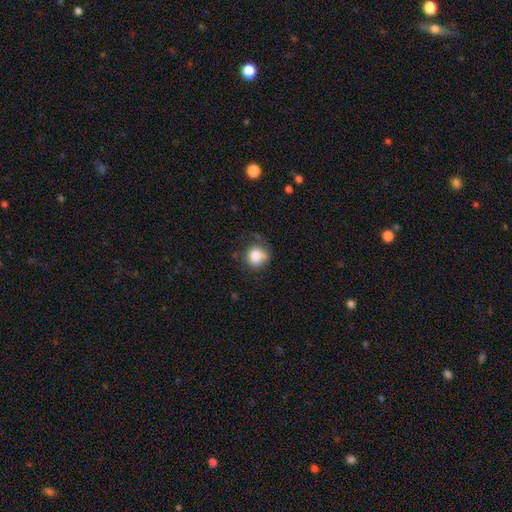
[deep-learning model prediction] Overall: smooth (81%). How rounded: round (82%). Merging: none (58%; minor disturbance 26%).